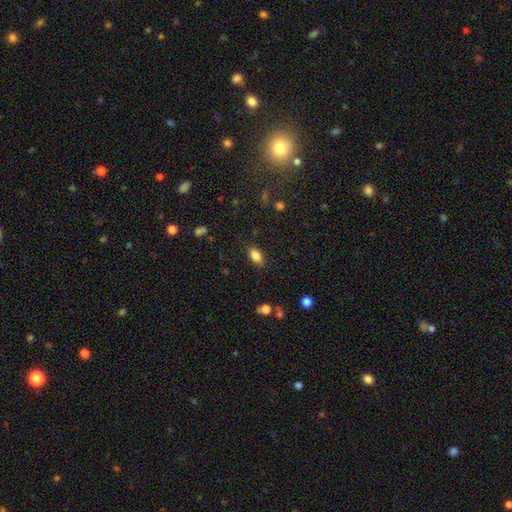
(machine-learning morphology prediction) Smooth or featured? smooth (85%)
How rounded? in between (90%)
Merging? none (86%)